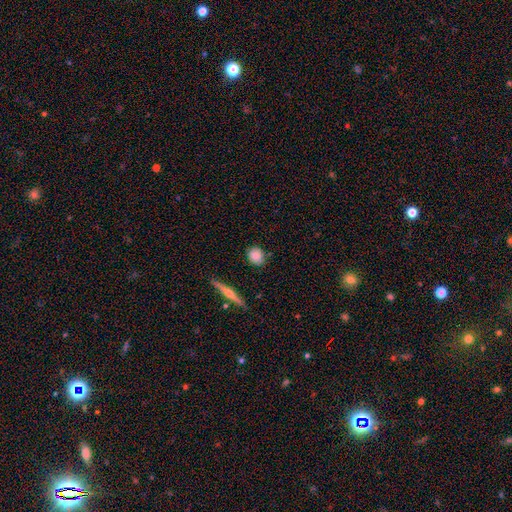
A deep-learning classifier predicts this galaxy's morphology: type=smooth (82%); roundness=round (78%); merging=none (82%).